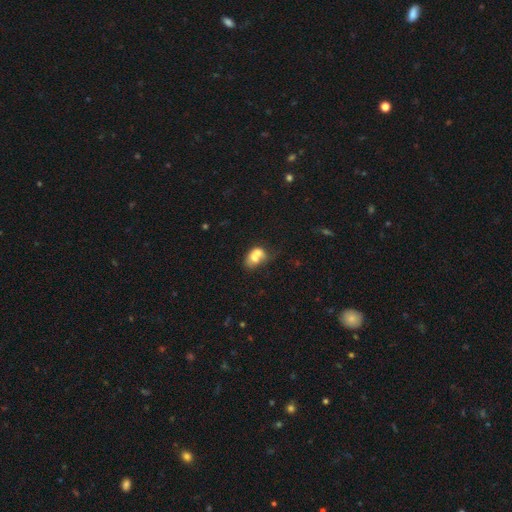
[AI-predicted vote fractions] smooth-or-featured: smooth: 64% | featured or disk: 26% | star or artifact: 9%
  how-rounded: in between: 63% | round: 35% | cigar-shaped: 1%
  merging: merger: 67% | none: 18% | minor disturbance: 9% | major disturbance: 6%